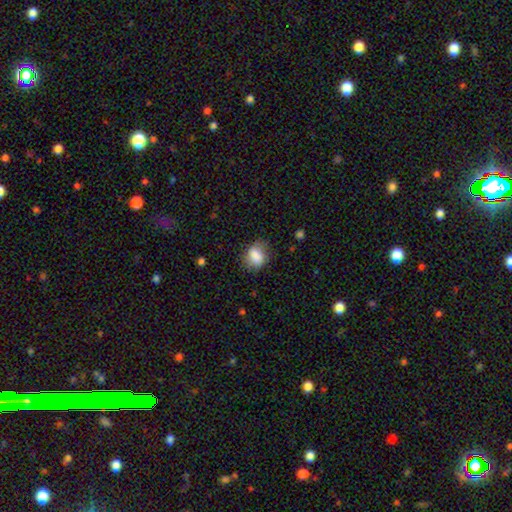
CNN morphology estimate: smooth-or-featured: smooth: 83% | featured or disk: 9% | star or artifact: 8%
  how-rounded: in between: 54% | round: 45% | cigar-shaped: 1%
  merging: none: 67% | minor disturbance: 24% | major disturbance: 8% | merger: 2%